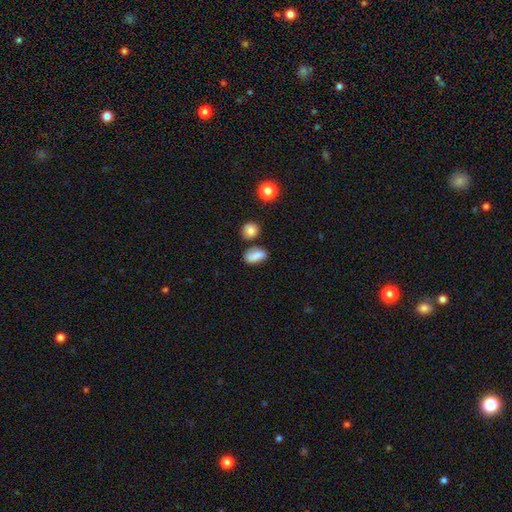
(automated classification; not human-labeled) smooth_or_featured: smooth (p=0.82) [alt: star or artifact p=0.10]
how_rounded: in between (p=0.81) [alt: round p=0.13]
merging: none (p=0.64) [alt: minor disturbance p=0.19]